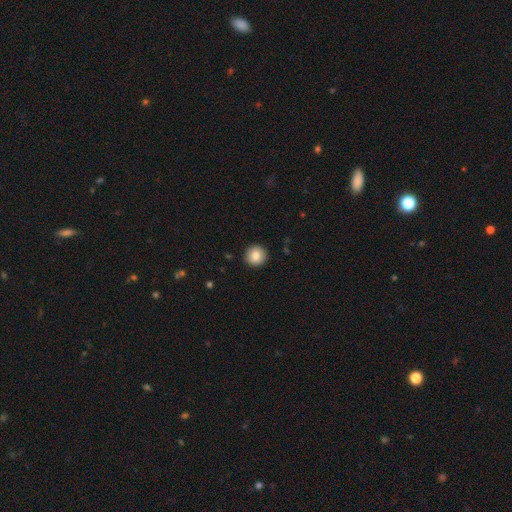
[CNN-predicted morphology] Smooth or featured: smooth — 86% (star or artifact — 8%)
How rounded: round — 94% (in between — 5%)
Merging: none — 92% (minor disturbance — 6%)